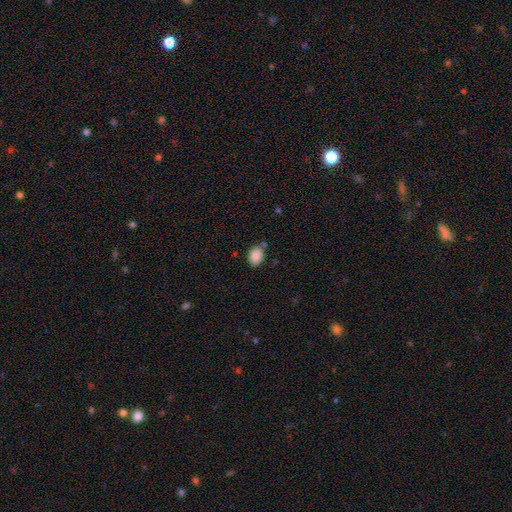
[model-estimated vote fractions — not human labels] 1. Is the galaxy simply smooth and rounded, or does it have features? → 88% smooth, 8% star or artifact, 4% featured or disk.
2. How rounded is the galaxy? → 70% in between, 29% round, 1% cigar-shaped.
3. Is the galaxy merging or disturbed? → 73% none, 16% minor disturbance, 8% merger, 3% major disturbance.